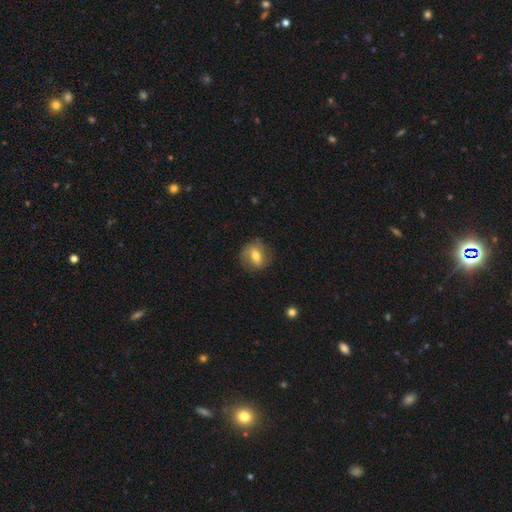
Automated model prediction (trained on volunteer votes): smooth_or_featured: smooth (p=0.57) [alt: featured or disk p=0.34]
how_rounded: round (p=0.69) [alt: in between p=0.29]
merging: none (p=0.79) [alt: minor disturbance p=0.15]